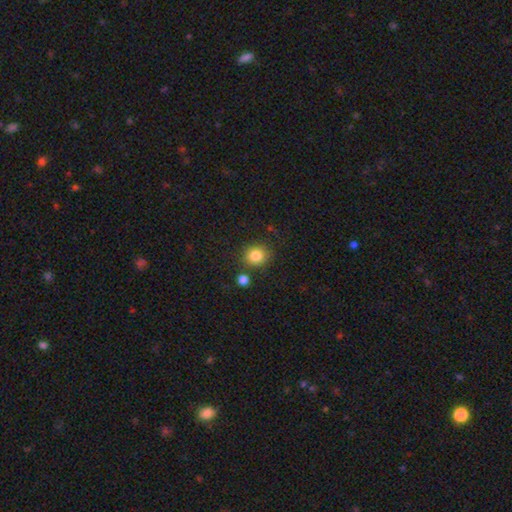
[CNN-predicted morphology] The model was most divided on "how rounded": round: 82%, in between: 17%, cigar-shaped: 1%. More confident: smooth or featured — smooth (83%); merging — none (80%).